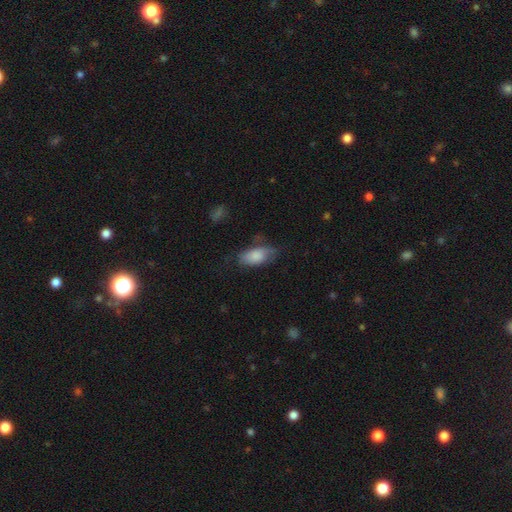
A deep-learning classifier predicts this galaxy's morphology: Smooth or featured?
  - smooth: 80% *
  - featured or disk: 13%
  - star or artifact: 7%
How rounded?
  - in between: 91% *
  - cigar-shaped: 6%
  - round: 3%
Merging?
  - none: 53% *
  - minor disturbance: 31%
  - major disturbance: 13%
  - merger: 3%